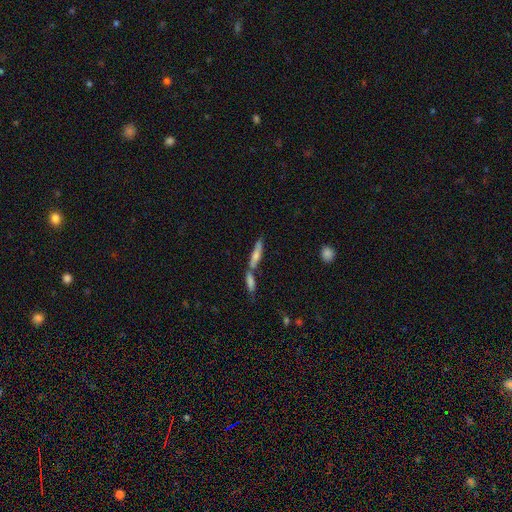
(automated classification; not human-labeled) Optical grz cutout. It shows a smooth galaxy with no disk features (46%). Merging: none (51%).